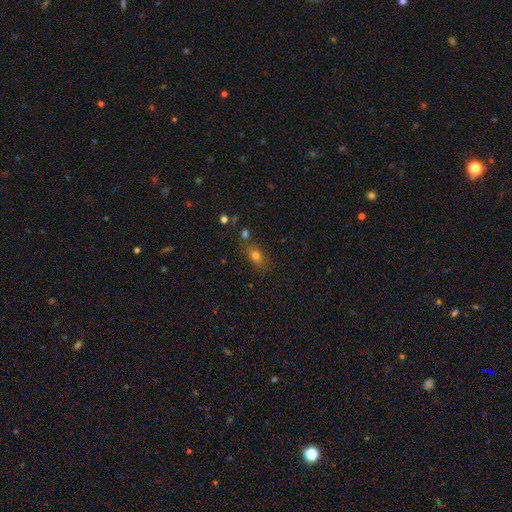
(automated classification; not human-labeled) Smooth or featured?
  - smooth: 74% *
  - star or artifact: 14%
  - featured or disk: 12%
How rounded?
  - in between: 73% *
  - round: 22%
  - cigar-shaped: 5%
Merging?
  - none: 73% *
  - minor disturbance: 15%
  - merger: 8%
  - major disturbance: 4%